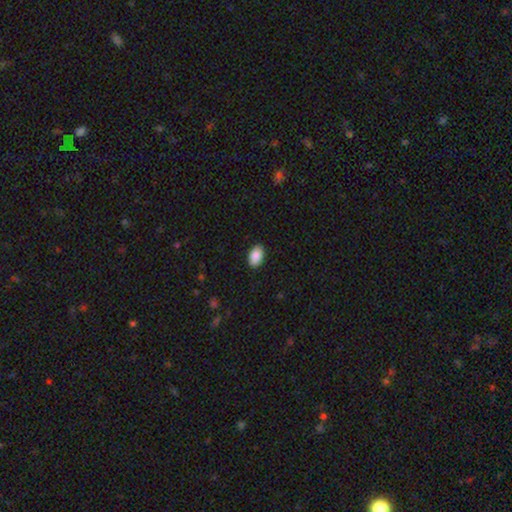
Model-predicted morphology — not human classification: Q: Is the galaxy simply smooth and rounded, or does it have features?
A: smooth — 89%.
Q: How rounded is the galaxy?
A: in between — 92%.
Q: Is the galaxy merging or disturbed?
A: none — 89%.